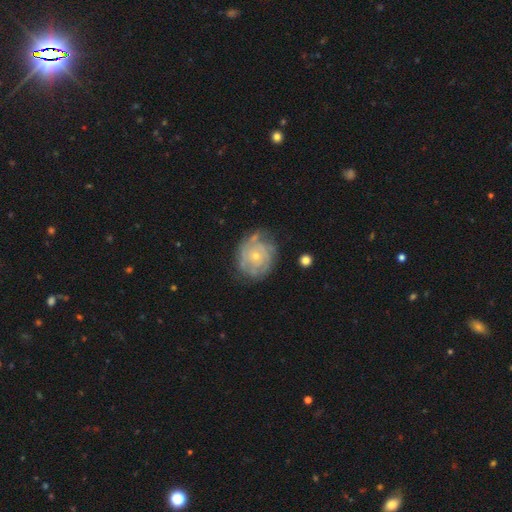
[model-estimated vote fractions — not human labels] smooth-or-featured: featured or disk: 78% | smooth: 16% | star or artifact: 6%
  disk-edge-on: no: 97% | yes: 3%
    bar: no: 84% | weak: 13% | strong: 2%
    has-spiral-arms: yes: 86% | no: 14%
      spiral-winding: tight: 72% | medium: 21% | loose: 6%
      spiral-arm-count: can't tell: 44% | 2: 20% | 3: 16% | 4: 9% | 1: 5% | more than 4: 5%
    bulge-size: small: 68% | moderate: 28% | none: 1% | large: 1% | dominant: 1%
  merging: none: 65% | minor disturbance: 23% | major disturbance: 9% | merger: 3%